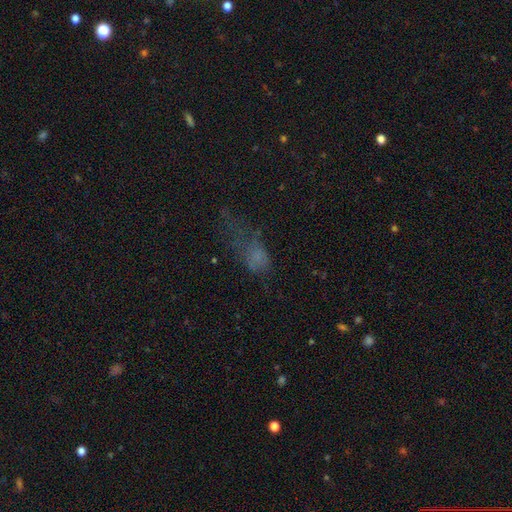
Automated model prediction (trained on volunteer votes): Morphology: type=smooth (51%); roundness=in between (72%); merging=major disturbance (48%).